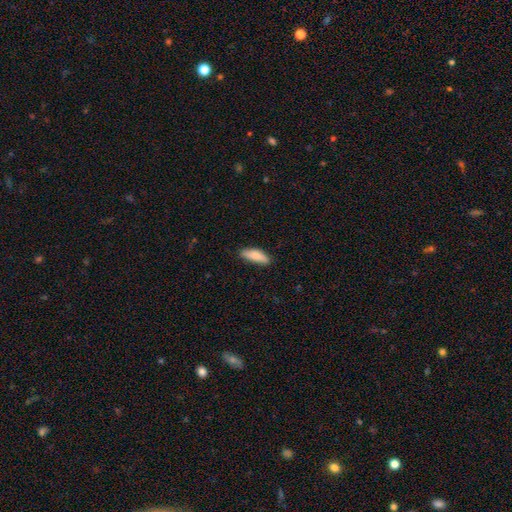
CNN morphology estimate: This appears to be a smooth galaxy with no disk features (84%) that is in between round and cigar-shaped (56%). Merging: none (82%).